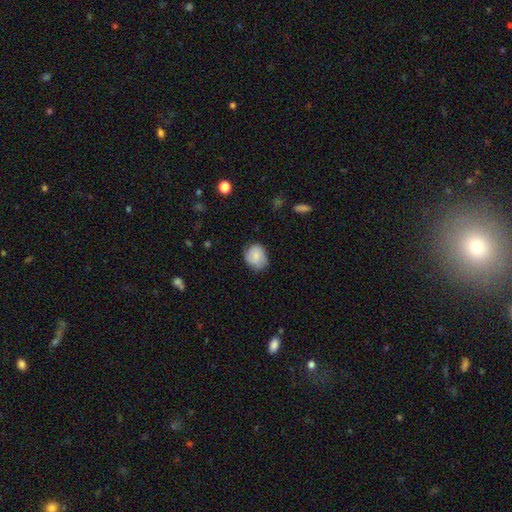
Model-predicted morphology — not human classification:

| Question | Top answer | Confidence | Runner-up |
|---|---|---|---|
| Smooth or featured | smooth | 77% | featured or disk (16%) |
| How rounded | round | 66% | in between (33%) |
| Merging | none | 67% | minor disturbance (26%) |